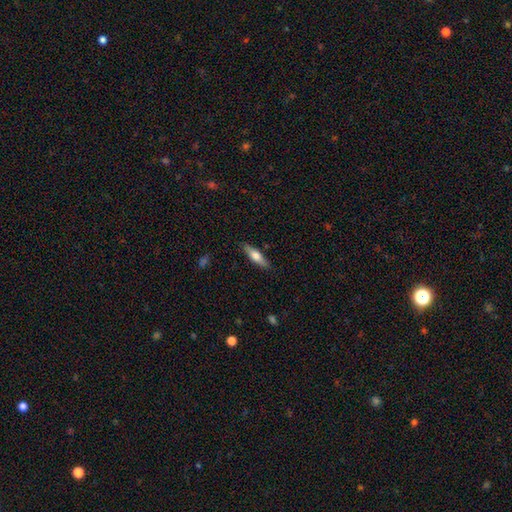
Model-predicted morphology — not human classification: The model was most divided on "smooth or featured": smooth: 58%, featured or disk: 36%, star or artifact: 6%. More confident: merging — none (86%); how rounded — cigar-shaped (65%).